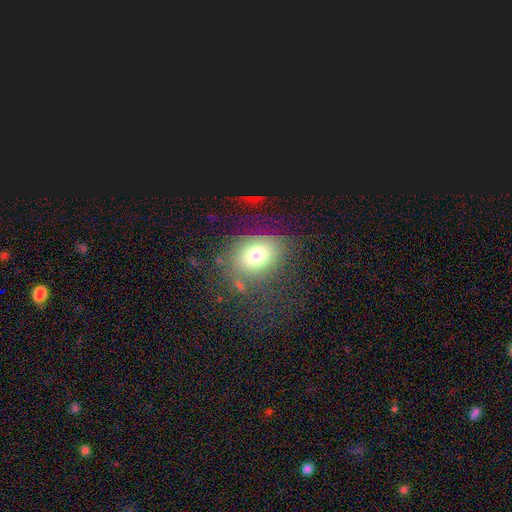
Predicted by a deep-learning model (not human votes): Smooth or featured: smooth — 71% (featured or disk — 15%)
How rounded: in between — 53% (round — 46%)
Merging: none — 64% (minor disturbance — 17%)